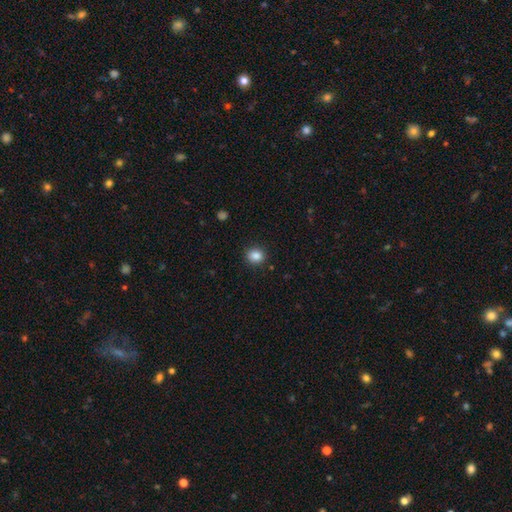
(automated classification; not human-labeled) This appears to be a smooth galaxy with no disk features (86%) that is round (76%). Merging: none (90%).